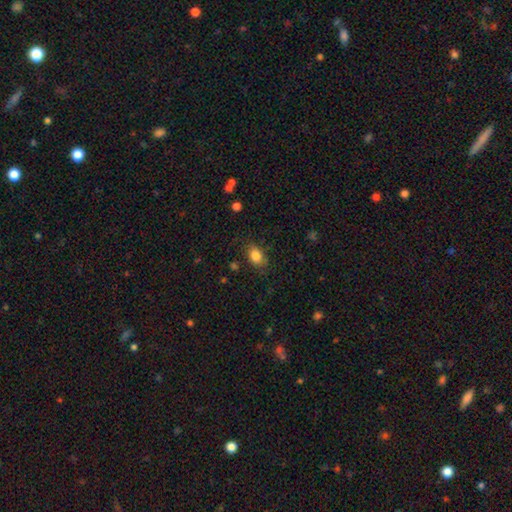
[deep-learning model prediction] A smooth galaxy with no disk features (84%) that is in between round and cigar-shaped (76%). Merging: none (78%).